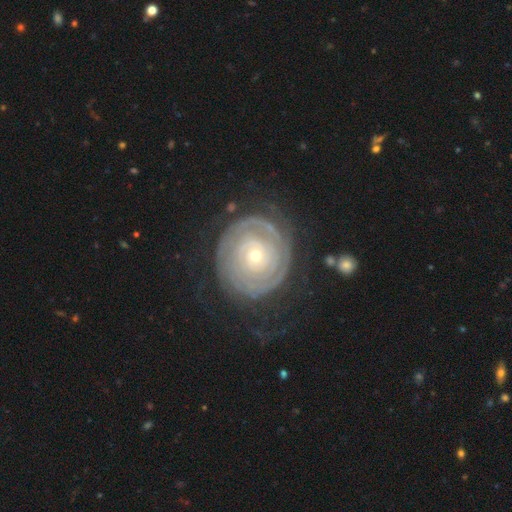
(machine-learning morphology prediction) Smooth or featured: featured or disk — 84% (smooth — 11%)
Edge-on disk: no — 97% (yes — 3%)
Bar: no — 83% (weak — 12%)
Spiral arms: yes — 91% (no — 9%)
Spiral winding: tight — 87% (medium — 9%)
Spiral arm count: can't tell — 34% (2 — 31%)
Bulge size: small — 67% (moderate — 30%)
Merging: none — 75% (minor disturbance — 14%)